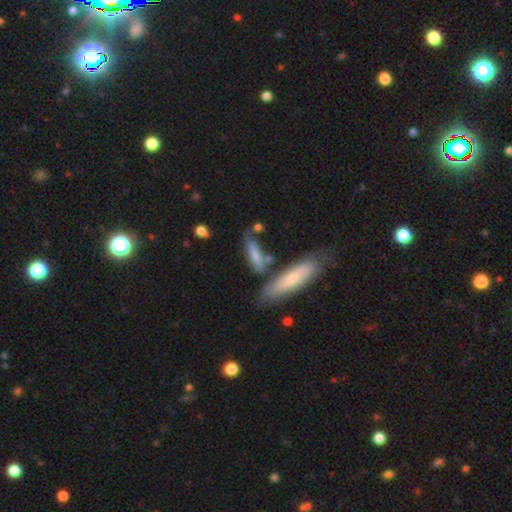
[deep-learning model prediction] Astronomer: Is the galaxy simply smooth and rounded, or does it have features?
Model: smooth — 61%.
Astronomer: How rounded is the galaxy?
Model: cigar-shaped — 64%.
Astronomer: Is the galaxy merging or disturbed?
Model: none — 49%.